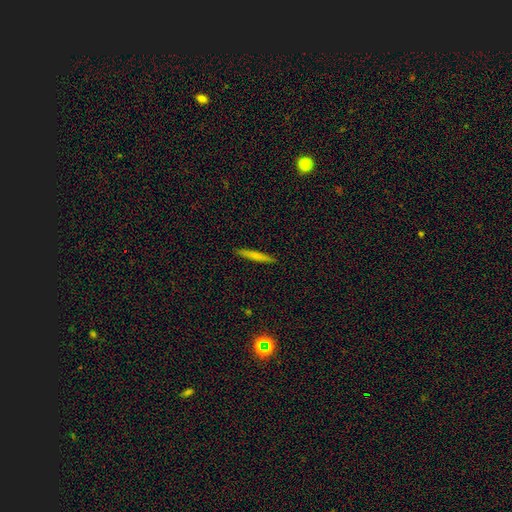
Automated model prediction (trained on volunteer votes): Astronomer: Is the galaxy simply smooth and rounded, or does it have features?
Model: smooth — 69%.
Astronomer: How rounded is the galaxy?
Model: cigar-shaped — 95%.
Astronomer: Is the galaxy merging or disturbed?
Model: none — 92%.